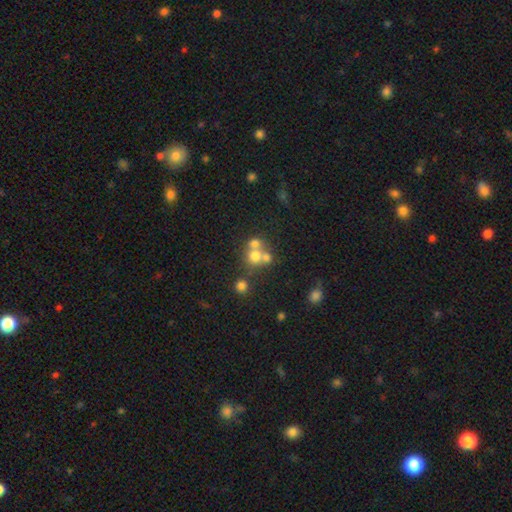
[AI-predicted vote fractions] smooth_or_featured: smooth (p=0.64) [alt: featured or disk p=0.20]
how_rounded: round (p=0.83) [alt: in between p=0.16]
merging: merger (p=0.49) [alt: none p=0.39]